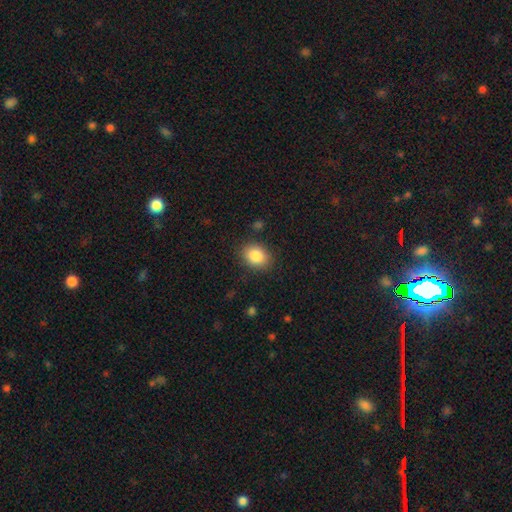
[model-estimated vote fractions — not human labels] Smooth or featured? Predicted: smooth (p=0.86). How rounded? Predicted: in between (p=0.64). Merging? Predicted: none (p=0.86).